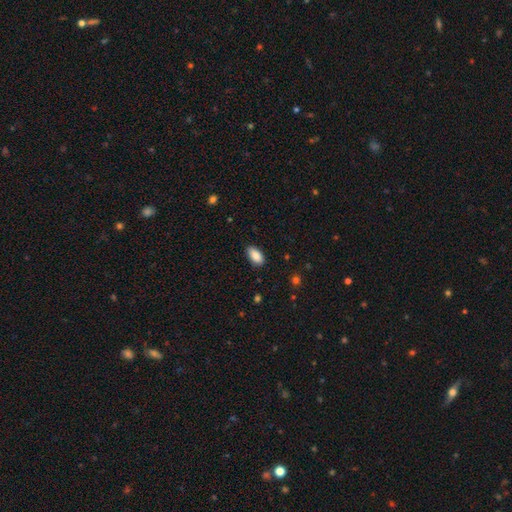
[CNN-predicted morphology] Q: Smooth or featured?
A: smooth (89%); runner-up: star or artifact (7%)
Q: How rounded?
A: in between (93%); runner-up: cigar-shaped (4%)
Q: Merging?
A: none (85%); runner-up: minor disturbance (11%)